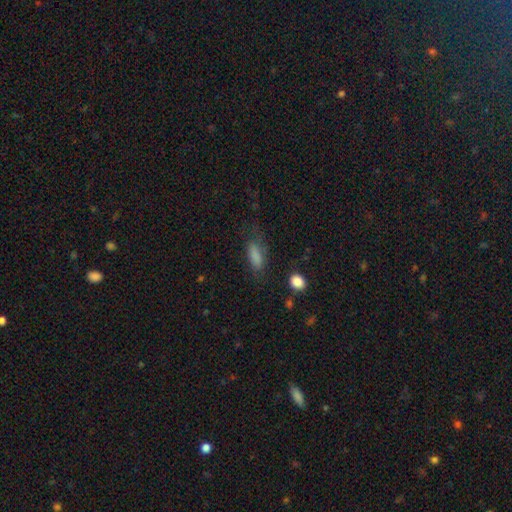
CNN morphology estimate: smooth-or-featured: smooth: 81% | featured or disk: 10% | star or artifact: 9%
  how-rounded: in between: 67% | cigar-shaped: 29% | round: 4%
  merging: none: 59% | minor disturbance: 24% | major disturbance: 14% | merger: 3%